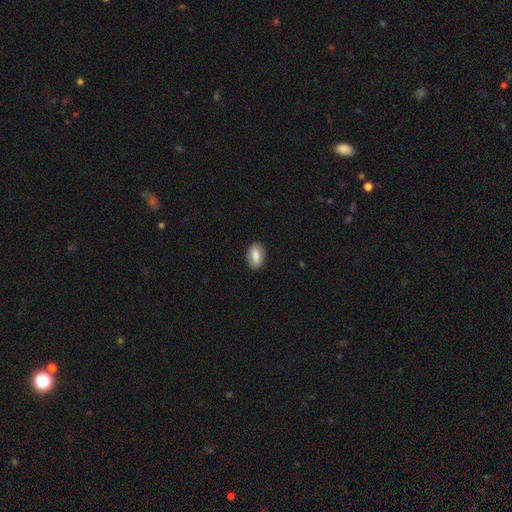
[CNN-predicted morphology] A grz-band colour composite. It shows a smooth galaxy with no disk features (81%) that is in between round and cigar-shaped (89%). Merging: none (87%).